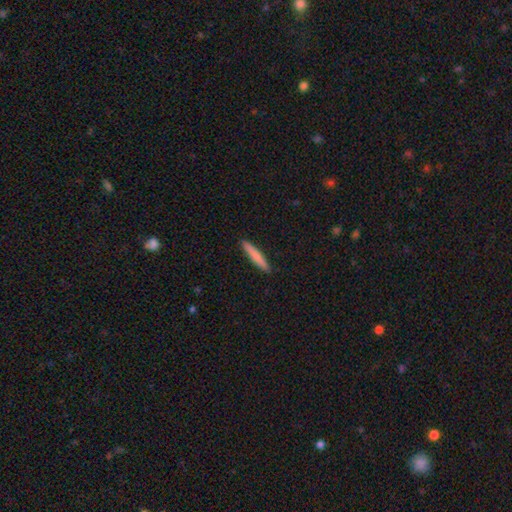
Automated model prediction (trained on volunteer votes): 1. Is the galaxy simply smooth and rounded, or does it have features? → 78% smooth, 16% featured or disk, 5% star or artifact.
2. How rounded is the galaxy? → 94% cigar-shaped, 5% in between, 1% round.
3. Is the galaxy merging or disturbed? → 91% none, 6% minor disturbance, 1% major disturbance, 1% merger.